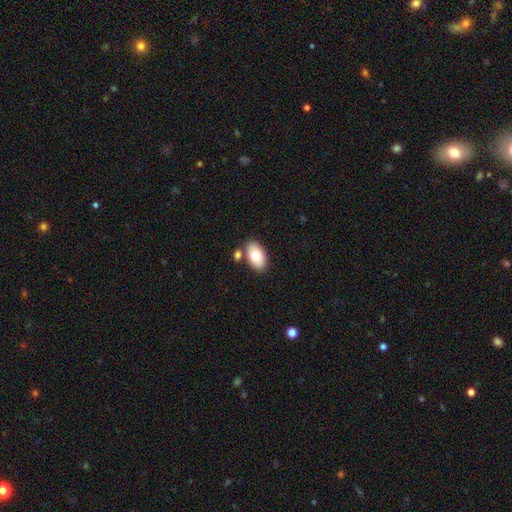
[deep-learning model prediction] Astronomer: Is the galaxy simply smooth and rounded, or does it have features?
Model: smooth — 76%.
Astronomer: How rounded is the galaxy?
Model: in between — 92%.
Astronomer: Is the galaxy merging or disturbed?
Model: none — 74%.